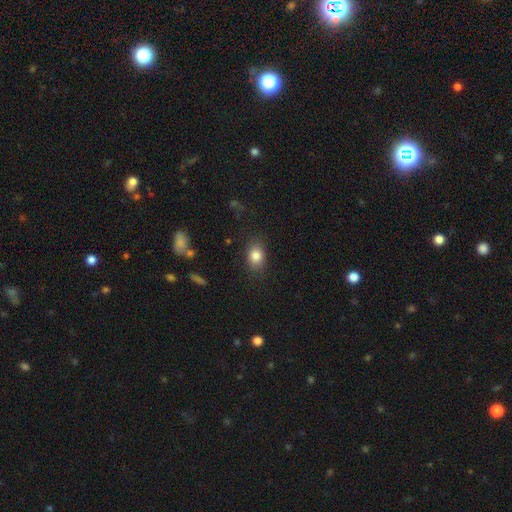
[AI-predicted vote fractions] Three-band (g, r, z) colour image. It shows a smooth galaxy with no disk features (83%) that is in between round and cigar-shaped (67%). Merging: none (82%).